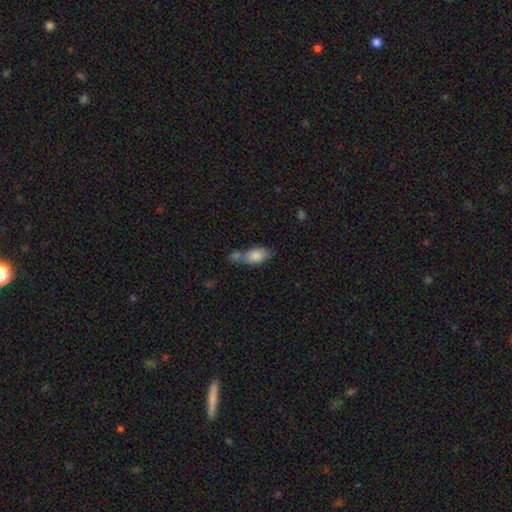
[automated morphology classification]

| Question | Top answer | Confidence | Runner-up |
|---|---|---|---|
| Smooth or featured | smooth | 82% | featured or disk (10%) |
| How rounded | in between | 87% | cigar-shaped (8%) |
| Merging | merger | 45% | none (33%) |